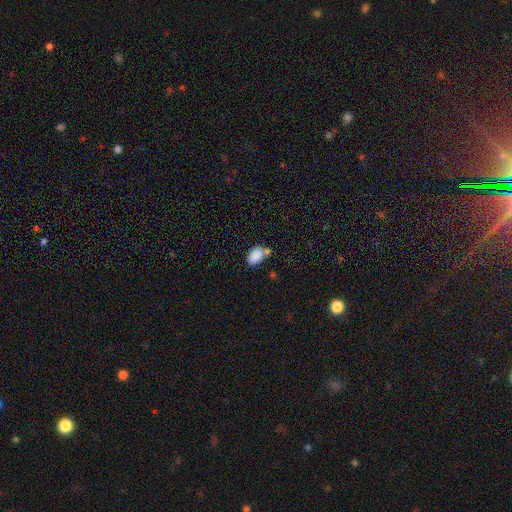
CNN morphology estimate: Smooth or featured? Predicted: smooth (p=0.87). How rounded? Predicted: in between (p=0.92). Merging? Predicted: none (p=0.62).